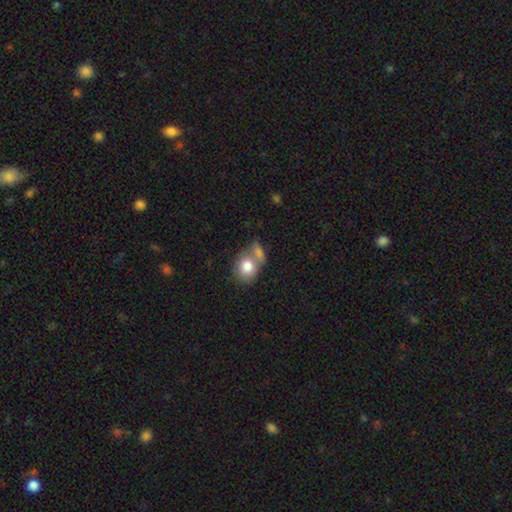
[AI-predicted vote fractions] Smooth or featured? Predicted: smooth (p=0.79). How rounded? Predicted: round (p=0.55). Merging? Predicted: merger (p=0.42).